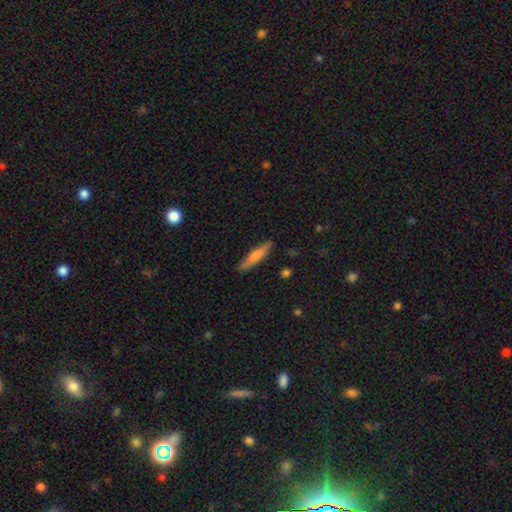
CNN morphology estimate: smooth 65%, featured or disk 29%, star or artifact 6%. Down the decision tree: how rounded — cigar-shaped (85%); merging — none (87%).